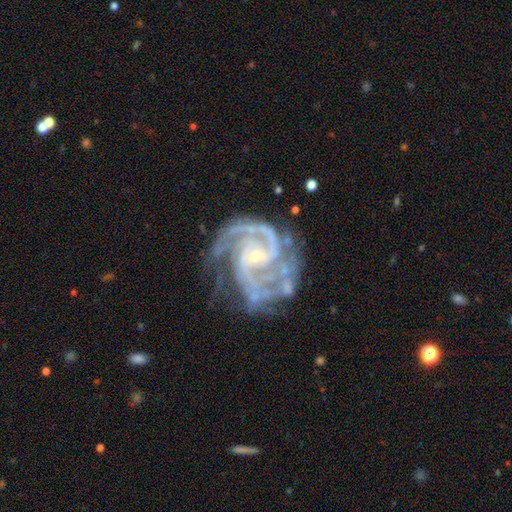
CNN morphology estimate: Smooth or featured? Predicted: featured or disk (p=0.93). Edge-on disk? Predicted: no (p=0.98). Bar? Predicted: no (p=0.55). Spiral arms? Predicted: yes (p=0.99). Spiral winding? Predicted: tight (p=0.53). Spiral arm count? Predicted: 2 (p=0.44). Bulge size? Predicted: small (p=0.79). Merging? Predicted: none (p=0.58).